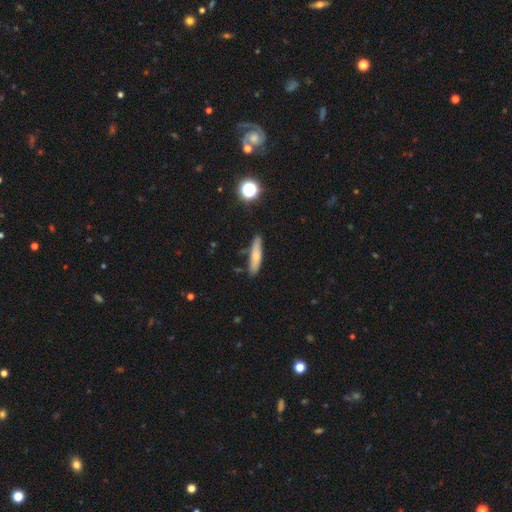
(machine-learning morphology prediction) Smooth or featured?
  - smooth: 70% *
  - featured or disk: 22%
  - star or artifact: 8%
How rounded?
  - cigar-shaped: 78% *
  - in between: 19%
  - round: 2%
Merging?
  - none: 79% *
  - minor disturbance: 15%
  - merger: 3%
  - major disturbance: 3%